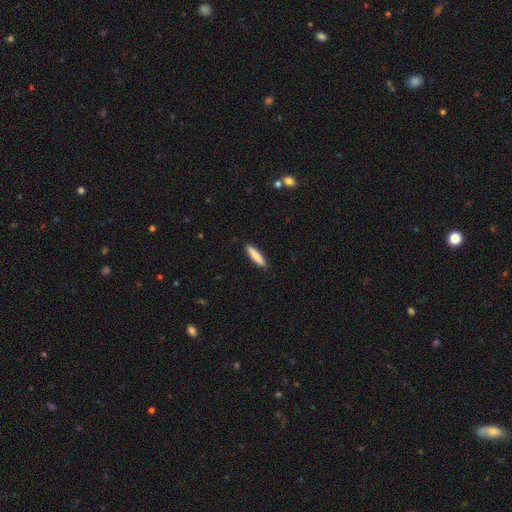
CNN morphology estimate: Smooth or featured? Predicted: smooth (p=0.84). How rounded? Predicted: cigar-shaped (p=0.82). Merging? Predicted: none (p=0.90).